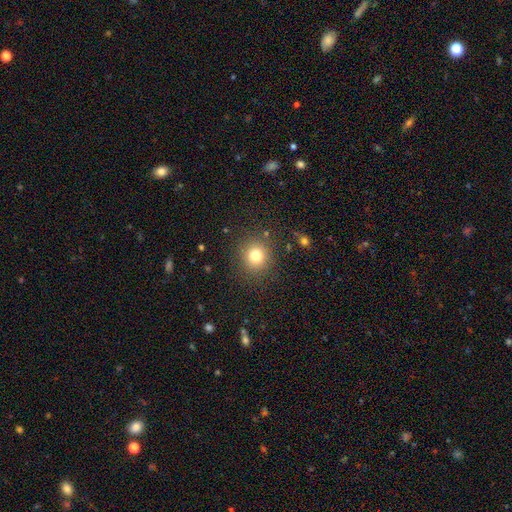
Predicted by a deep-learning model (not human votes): The model was most divided on "smooth or featured": smooth: 78%, star or artifact: 15%, featured or disk: 8%. More confident: how rounded — round (91%); merging — none (88%).